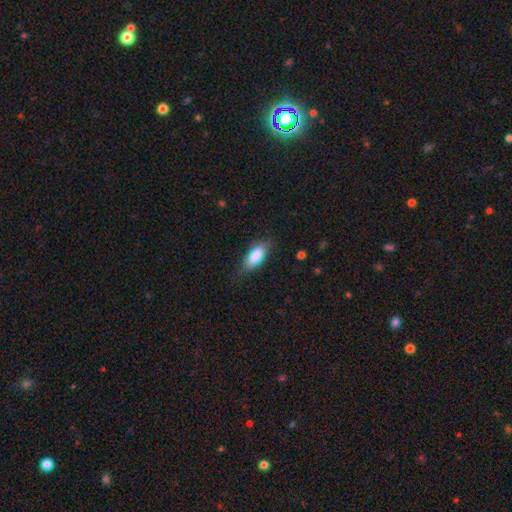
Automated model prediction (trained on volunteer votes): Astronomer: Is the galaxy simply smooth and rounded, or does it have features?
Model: smooth — 81%.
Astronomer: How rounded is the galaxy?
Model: in between — 82%.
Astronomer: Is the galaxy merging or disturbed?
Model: none — 74%.